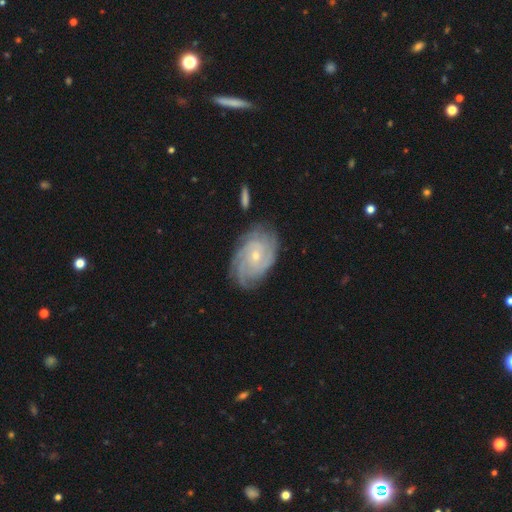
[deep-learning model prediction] A featured or disk galaxy (87%) with no bar (68%), 4 (30%) tight (74%) spiral arms (97%) and a small central bulge (69%). Merging: none (78%).